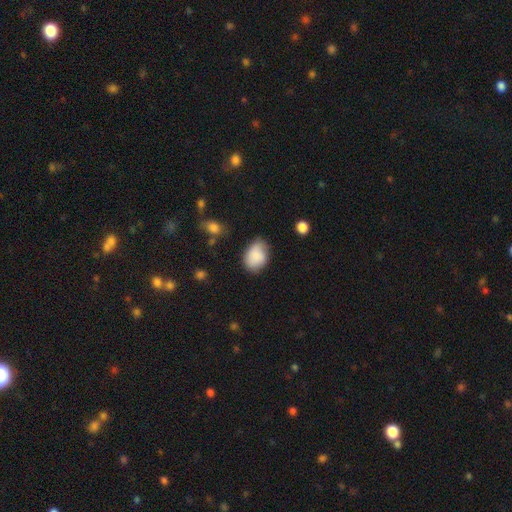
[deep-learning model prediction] smooth_or_featured: smooth (p=0.86) [alt: star or artifact p=0.07]
how_rounded: in between (p=0.74) [alt: round p=0.25]
merging: none (p=0.65) [alt: minor disturbance p=0.27]